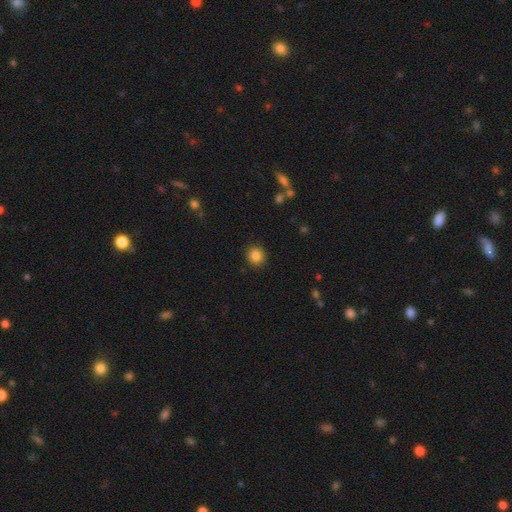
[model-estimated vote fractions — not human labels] The model was most divided on "smooth or featured": smooth: 85%, star or artifact: 10%, featured or disk: 5%. More confident: merging — none (91%); how rounded — round (90%).